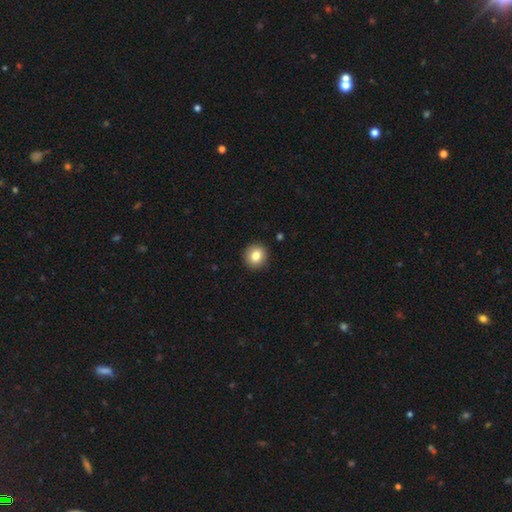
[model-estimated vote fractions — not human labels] Q: Smooth or featured?
A: smooth (82%); runner-up: star or artifact (9%)
Q: How rounded?
A: round (91%); runner-up: in between (8%)
Q: Merging?
A: none (92%); runner-up: minor disturbance (6%)